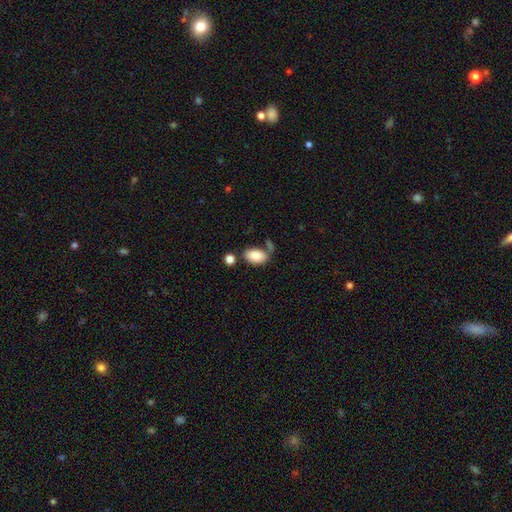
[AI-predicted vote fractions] smooth-or-featured: smooth: 84% | featured or disk: 8% | star or artifact: 7%
  how-rounded: in between: 92% | round: 6% | cigar-shaped: 2%
  merging: none: 58% | merger: 19% | minor disturbance: 17% | major disturbance: 7%